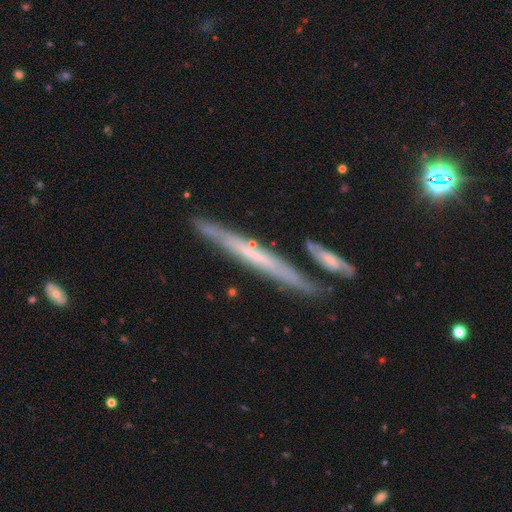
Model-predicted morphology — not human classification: Overall: featured or disk (64%; smooth 29%). Edge-on disk: yes (91%). Edge-on bulge: none (82%). Merging: none (79%).